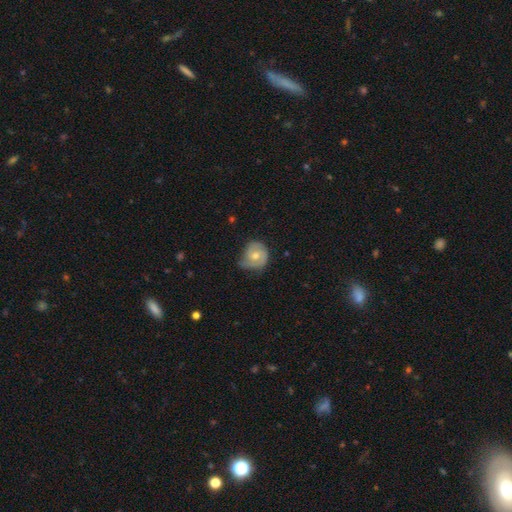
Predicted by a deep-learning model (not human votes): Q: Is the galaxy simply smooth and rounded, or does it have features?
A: featured or disk — 56%.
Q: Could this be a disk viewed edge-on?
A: no — 97%.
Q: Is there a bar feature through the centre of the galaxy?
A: no — 69%.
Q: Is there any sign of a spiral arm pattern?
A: yes — 84%.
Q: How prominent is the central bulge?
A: moderate — 64%.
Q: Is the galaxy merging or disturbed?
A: none — 51%.